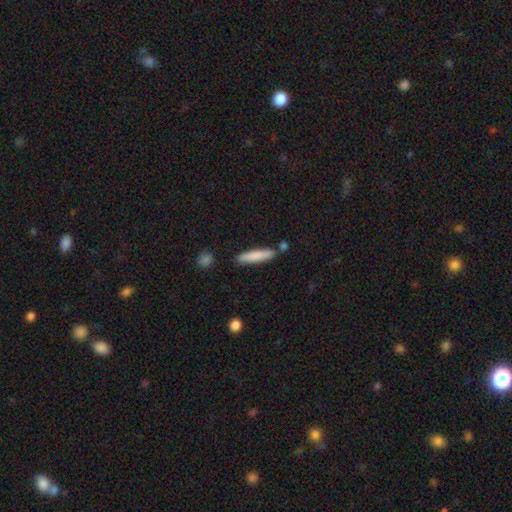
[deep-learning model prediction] Overall: smooth (81%). How rounded: cigar-shaped (88%). Merging: none (78%).